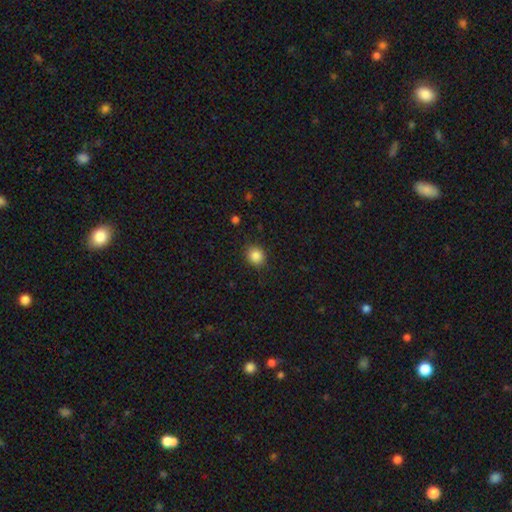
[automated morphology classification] Q: Smooth or featured?
A: smooth (86%); runner-up: star or artifact (10%)
Q: How rounded?
A: round (82%); runner-up: in between (17%)
Q: Merging?
A: none (87%); runner-up: minor disturbance (10%)